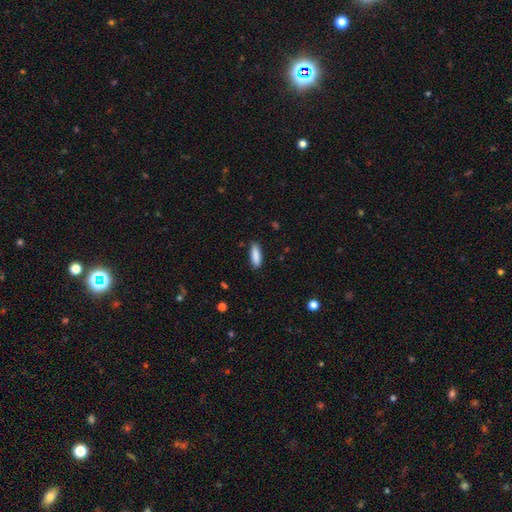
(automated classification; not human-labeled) Smooth or featured?
  - smooth: 88% *
  - star or artifact: 6%
  - featured or disk: 5%
How rounded?
  - in between: 56% *
  - cigar-shaped: 43%
  - round: 2%
Merging?
  - none: 85% *
  - minor disturbance: 12%
  - major disturbance: 2%
  - merger: 1%